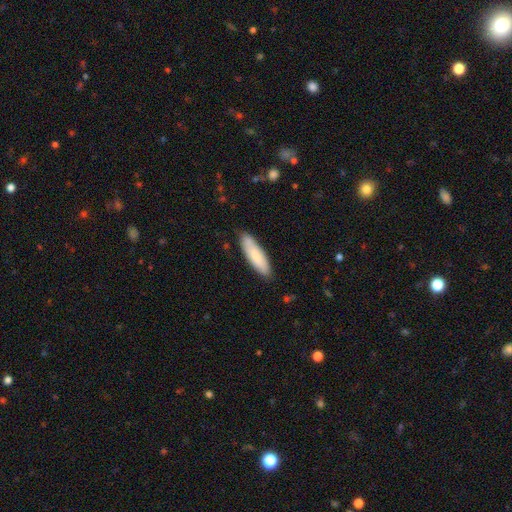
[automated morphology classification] Smooth or featured? Predicted: smooth (p=0.80). How rounded? Predicted: cigar-shaped (p=0.58). Merging? Predicted: none (p=0.83).